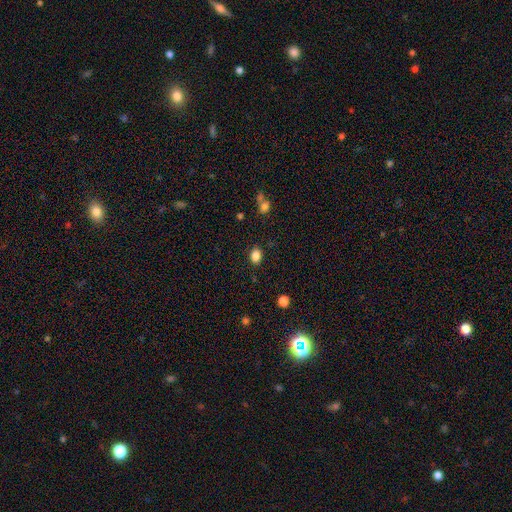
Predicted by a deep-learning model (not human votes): Smooth or featured: smooth — 86% (star or artifact — 10%)
How rounded: in between — 73% (round — 26%)
Merging: none — 85% (minor disturbance — 10%)